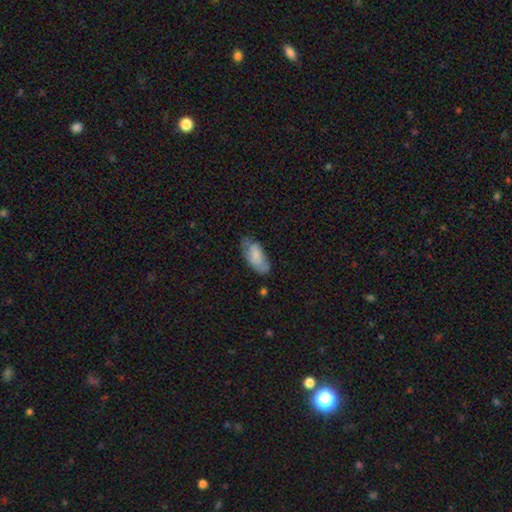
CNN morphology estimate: Smooth or featured: smooth — 74% (featured or disk — 19%)
How rounded: in between — 89% (cigar-shaped — 8%)
Merging: none — 55% (minor disturbance — 32%)